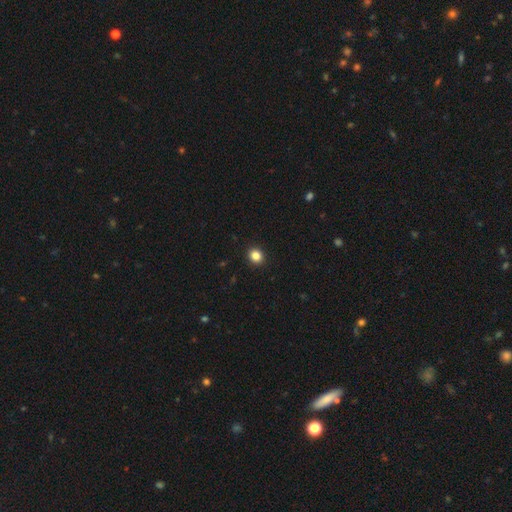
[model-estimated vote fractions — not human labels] A smooth galaxy with no disk features (85%) that is round (83%).

Vote fractions:
- Smooth or featured? smooth: 85% / star or artifact: 11% / featured or disk: 4%
- How rounded? round: 83% / in between: 16% / cigar-shaped: 1%
- Merging? none: 93% / minor disturbance: 5% / major disturbance: 2% / merger: 1%